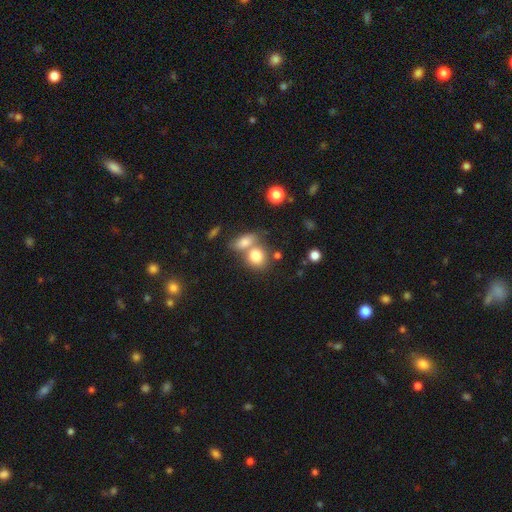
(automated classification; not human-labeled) Morphology: type=smooth (80%); roundness=round (58%); merging=merger (48%).